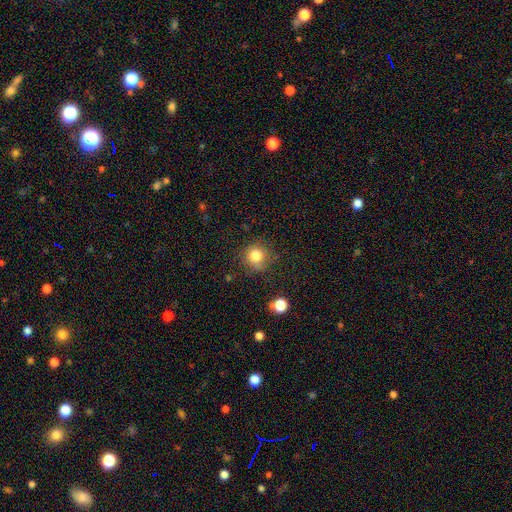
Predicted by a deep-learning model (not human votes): Smooth or featured? Predicted: smooth (p=0.81). How rounded? Predicted: round (p=0.91). Merging? Predicted: none (p=0.78).